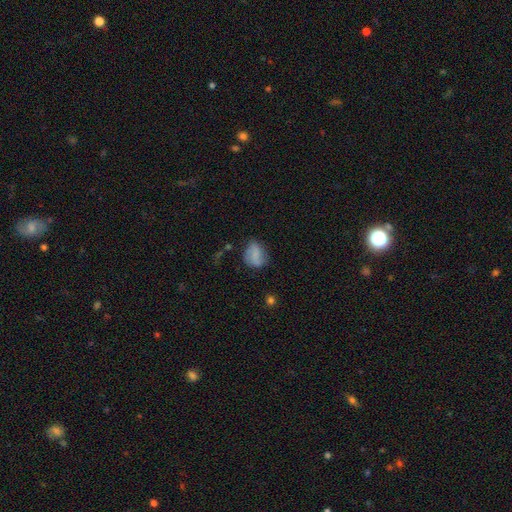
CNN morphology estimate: Smooth or featured? Predicted: smooth (p=0.63). How rounded? Predicted: in between (p=0.58). Merging? Predicted: none (p=0.57).